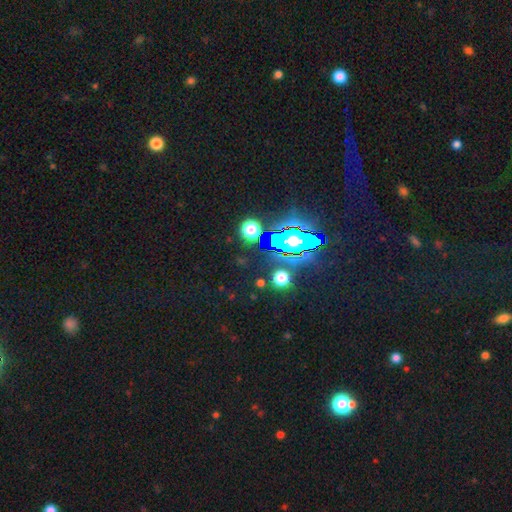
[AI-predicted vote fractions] Morphology: type=star or artifact (81%).